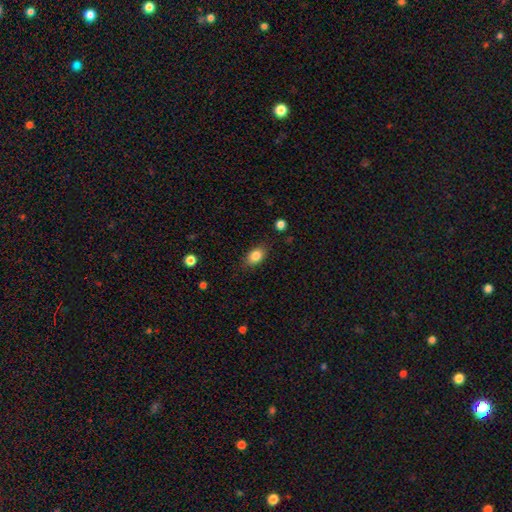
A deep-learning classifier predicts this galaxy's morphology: smooth-or-featured: smooth: 84% | star or artifact: 8% | featured or disk: 7%
  how-rounded: in between: 81% | round: 17% | cigar-shaped: 2%
  merging: none: 82% | minor disturbance: 13% | major disturbance: 3% | merger: 1%